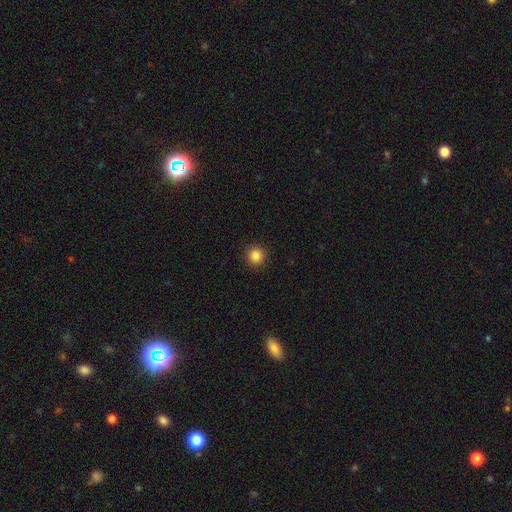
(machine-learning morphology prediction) smooth-or-featured: smooth: 85% | star or artifact: 11% | featured or disk: 4%
  how-rounded: round: 94% | in between: 6% | cigar-shaped: 1%
  merging: none: 92% | minor disturbance: 5% | major disturbance: 2% | merger: 1%